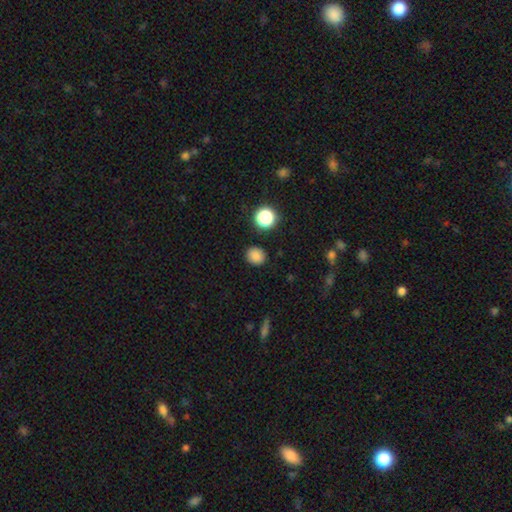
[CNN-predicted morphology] Smooth or featured? smooth (83%)
How rounded? round (78%)
Merging? none (88%)